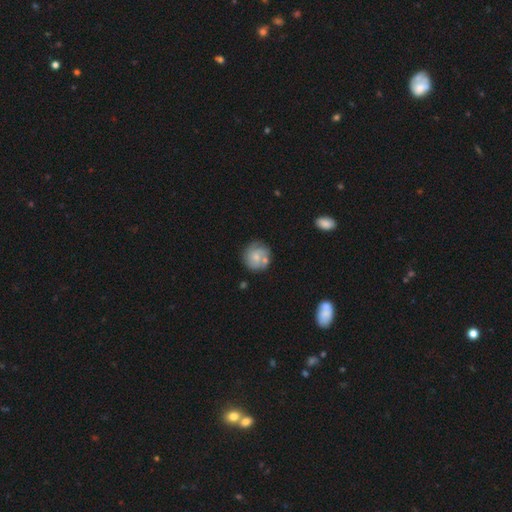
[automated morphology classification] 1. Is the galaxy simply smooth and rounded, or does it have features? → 51% smooth, 42% featured or disk, 7% star or artifact.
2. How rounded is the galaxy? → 87% round, 12% in between, 1% cigar-shaped.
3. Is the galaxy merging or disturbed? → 62% none, 19% minor disturbance, 13% merger, 6% major disturbance.